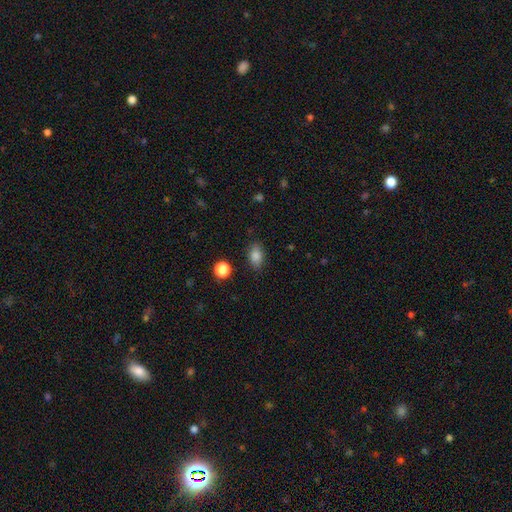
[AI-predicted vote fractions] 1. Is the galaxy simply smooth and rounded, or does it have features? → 84% smooth, 10% star or artifact, 5% featured or disk.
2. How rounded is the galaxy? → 84% in between, 14% round, 2% cigar-shaped.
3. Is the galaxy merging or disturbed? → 84% none, 11% minor disturbance, 3% major disturbance, 2% merger.